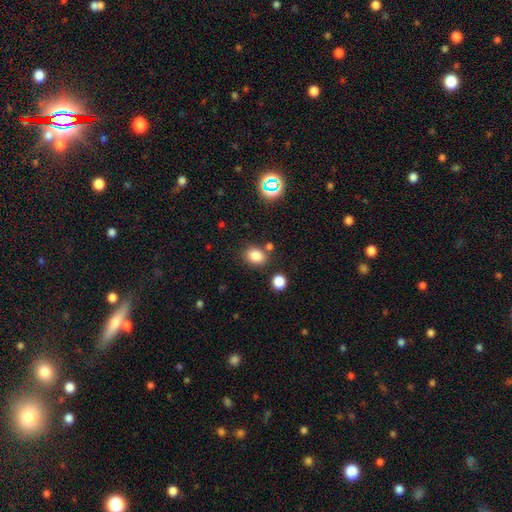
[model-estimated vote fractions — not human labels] The model was most divided on "how rounded": in between: 60%, round: 39%, cigar-shaped: 1%. More confident: smooth or featured — smooth (82%); merging — none (75%).